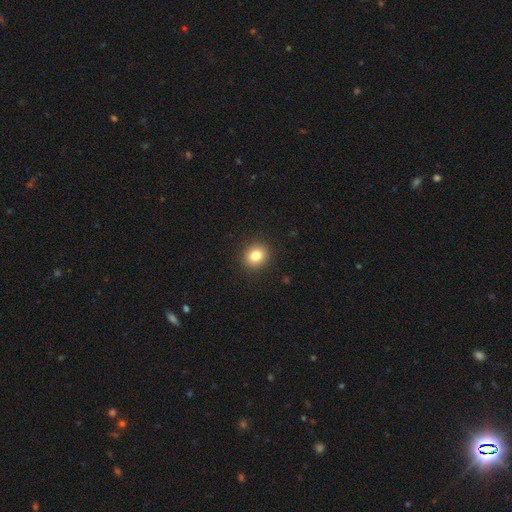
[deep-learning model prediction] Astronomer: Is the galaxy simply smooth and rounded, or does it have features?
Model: smooth — 82%.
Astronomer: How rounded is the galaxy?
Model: round — 73%.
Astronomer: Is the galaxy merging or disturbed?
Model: none — 91%.